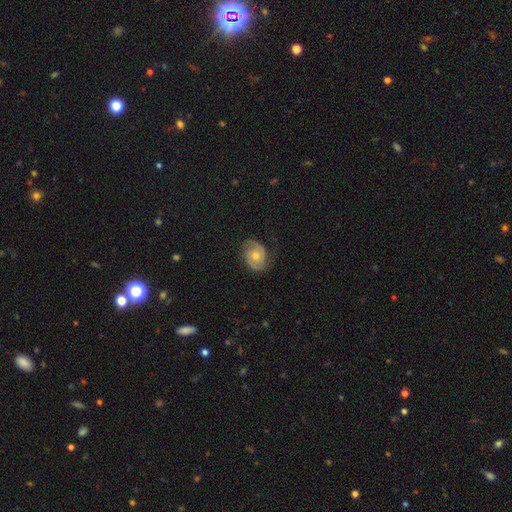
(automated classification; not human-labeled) This is clearly a featured or disk galaxy (83%). It is clearly not viewed edge-on (98%). Bar: likely no (71%). Spiral arm pattern: clearly yes (96%). Spiral arm count: clearly 2 (90%). Spiral winding: possibly tight (47%). Central bulge: likely moderate (61%). Merging: clearly none (80%).